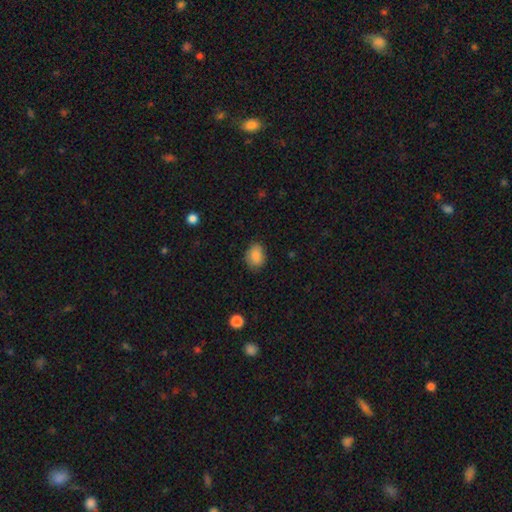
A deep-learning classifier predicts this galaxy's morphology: Smooth or featured? Predicted: smooth (p=0.87). How rounded? Predicted: in between (p=0.69). Merging? Predicted: none (p=0.80).